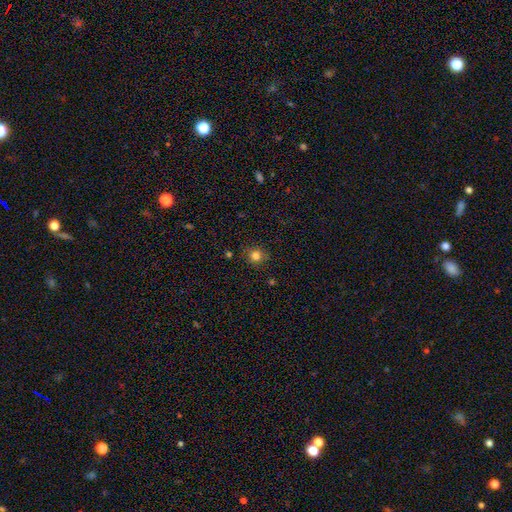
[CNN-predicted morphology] Q: Smooth or featured?
A: smooth (81%); runner-up: star or artifact (14%)
Q: How rounded?
A: round (85%); runner-up: in between (14%)
Q: Merging?
A: none (86%); runner-up: minor disturbance (10%)